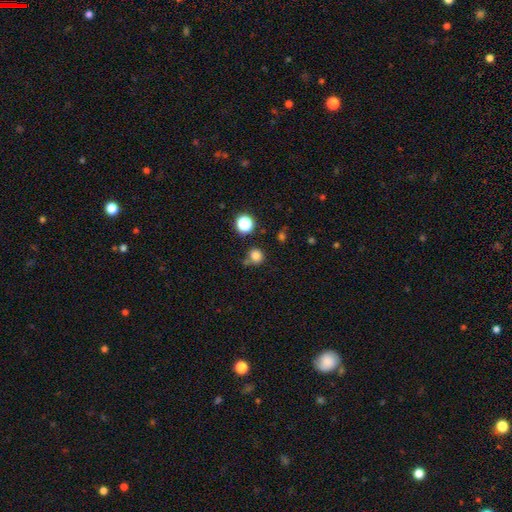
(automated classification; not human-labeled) This appears to be a smooth galaxy with no disk features (79%) that is round (90%). Merging: none (69%).